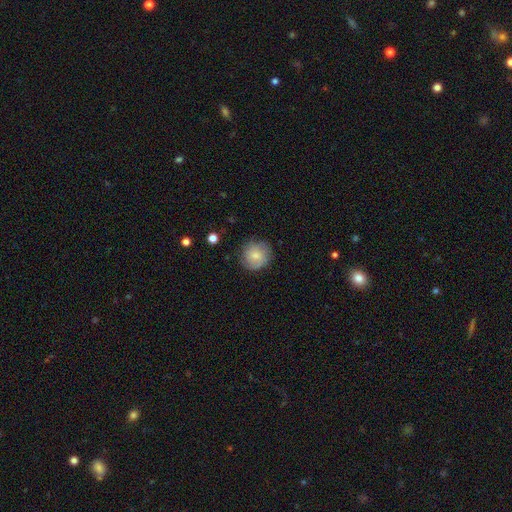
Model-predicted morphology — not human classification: The model was most divided on "smooth or featured": smooth: 63%, featured or disk: 30%, star or artifact: 8%. More confident: how rounded — round (89%); merging — none (76%).